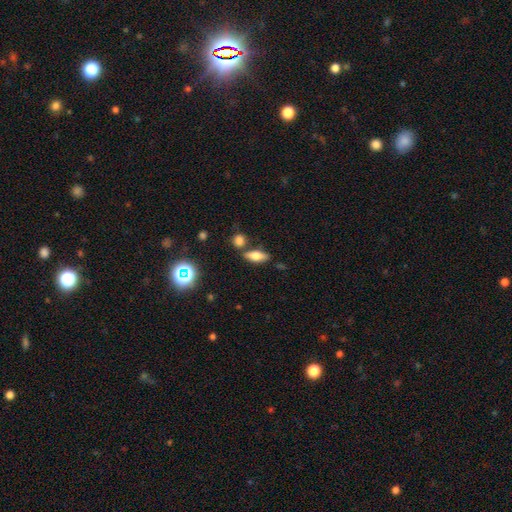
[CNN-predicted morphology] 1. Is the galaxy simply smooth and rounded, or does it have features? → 62% smooth, 27% featured or disk, 11% star or artifact.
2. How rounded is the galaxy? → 68% in between, 26% cigar-shaped, 5% round.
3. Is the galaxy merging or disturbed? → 72% none, 12% merger, 12% minor disturbance, 4% major disturbance.